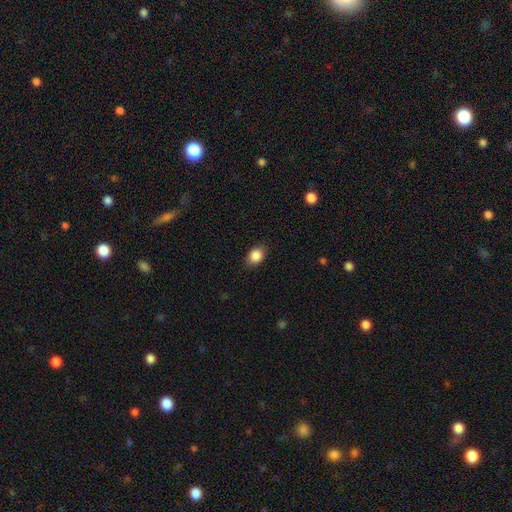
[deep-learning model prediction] Q: Smooth or featured?
A: smooth (87%); runner-up: star or artifact (9%)
Q: How rounded?
A: in between (62%); runner-up: round (36%)
Q: Merging?
A: none (85%); runner-up: minor disturbance (11%)